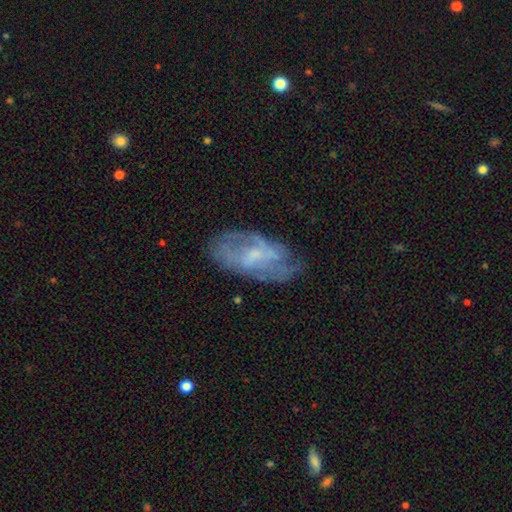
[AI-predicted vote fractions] Overall: featured or disk (67%). Edge-on disk: no (93%). Bar: weak (45%; no 43%). Spiral arms: yes (62%; no 38%). Bulge size: small (48%; moderate 27%). Merging: none (60%; minor disturbance 25%).